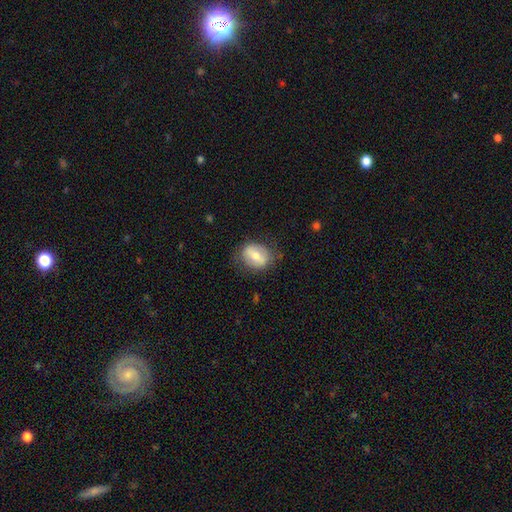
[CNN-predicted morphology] Smooth or featured?
  - smooth: 59% *
  - featured or disk: 33%
  - star or artifact: 7%
How rounded?
  - in between: 61% *
  - round: 37%
  - cigar-shaped: 2%
Merging?
  - none: 74% *
  - minor disturbance: 18%
  - major disturbance: 6%
  - merger: 1%